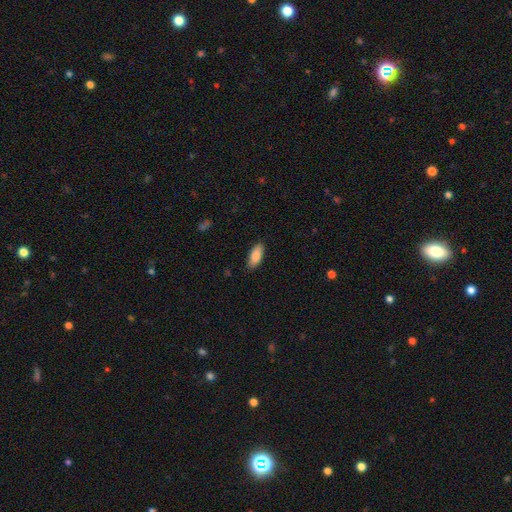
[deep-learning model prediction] Smooth or featured?
  - smooth: 87% *
  - featured or disk: 7%
  - star or artifact: 6%
How rounded?
  - in between: 81% *
  - cigar-shaped: 17%
  - round: 2%
Merging?
  - none: 86% *
  - minor disturbance: 11%
  - major disturbance: 2%
  - merger: 1%